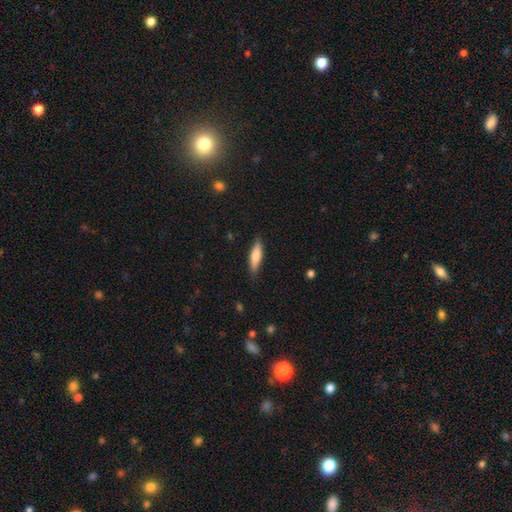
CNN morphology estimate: Smooth or featured? smooth (72%)
How rounded? cigar-shaped (64%)
Merging? none (84%)